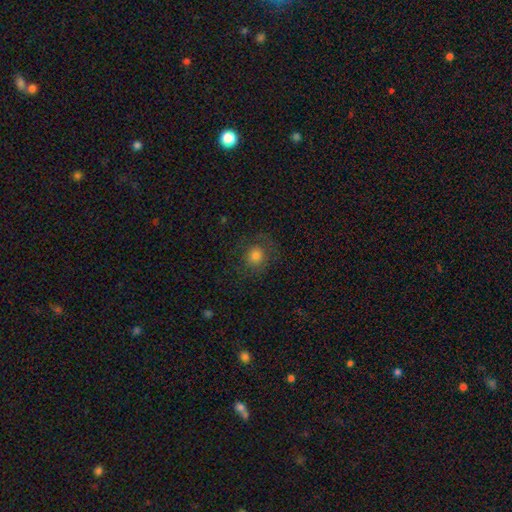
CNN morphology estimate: Q: Smooth or featured?
A: smooth (76%); runner-up: featured or disk (12%)
Q: How rounded?
A: round (85%); runner-up: in between (14%)
Q: Merging?
A: none (74%); runner-up: minor disturbance (15%)